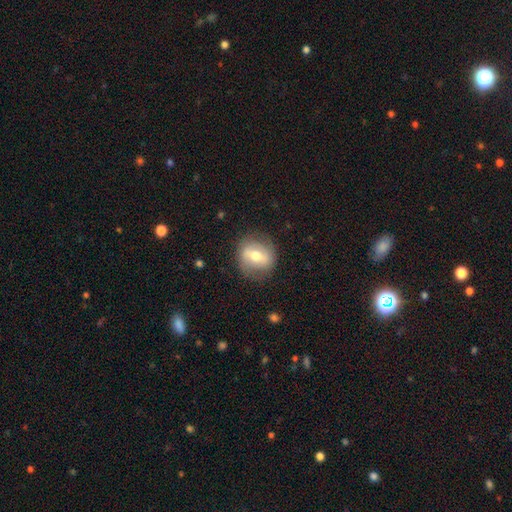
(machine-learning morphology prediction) Smooth or featured? Predicted: smooth (p=0.49). Merging? Predicted: none (p=0.78).